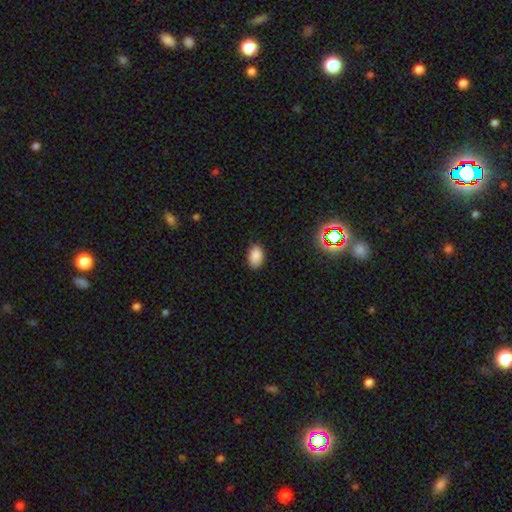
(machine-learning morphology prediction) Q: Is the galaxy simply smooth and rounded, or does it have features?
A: smooth — 87%.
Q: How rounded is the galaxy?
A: in between — 89%.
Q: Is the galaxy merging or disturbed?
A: none — 86%.